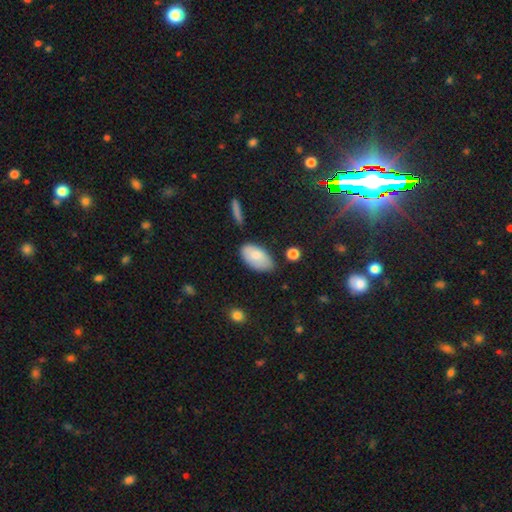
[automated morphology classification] Smooth or featured? Predicted: smooth (p=0.80). How rounded? Predicted: in between (p=0.95). Merging? Predicted: none (p=0.68).